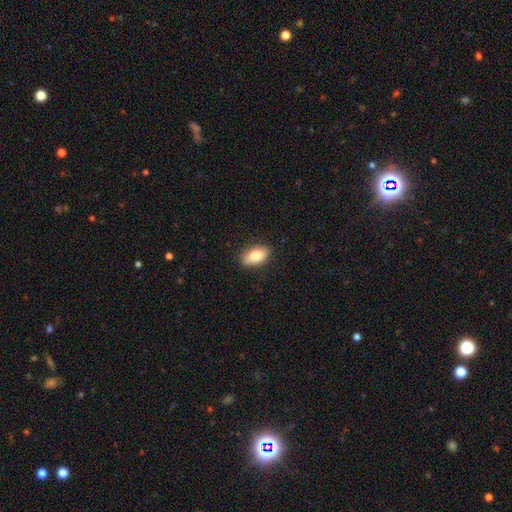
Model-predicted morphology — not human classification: type=smooth (82%); roundness=in between (90%); merging=none (86%).